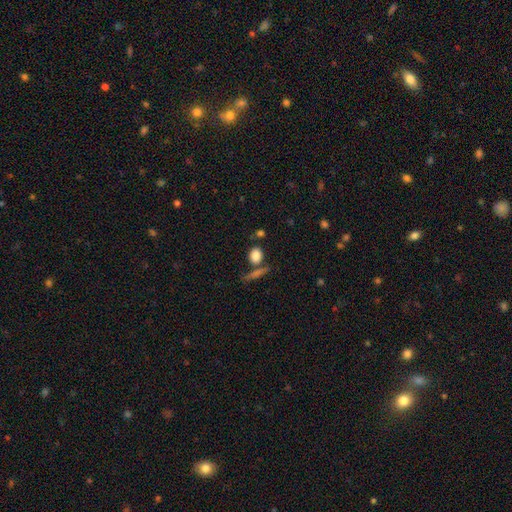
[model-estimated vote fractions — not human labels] Smooth or featured? Predicted: smooth (p=0.85). How rounded? Predicted: round (p=0.51). Merging? Predicted: none (p=0.67).